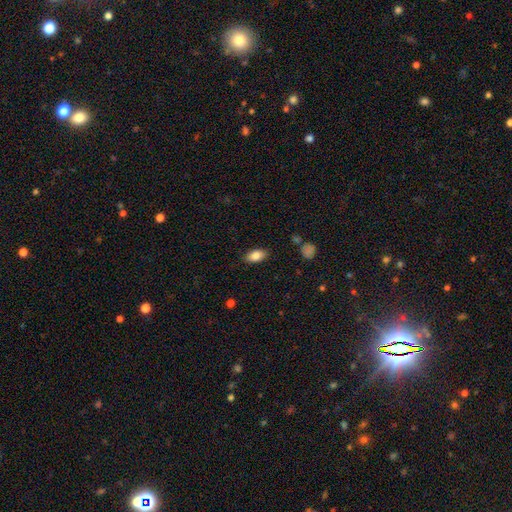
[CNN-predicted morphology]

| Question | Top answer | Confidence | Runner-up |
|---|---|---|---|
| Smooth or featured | smooth | 85% | star or artifact (8%) |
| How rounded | in between | 91% | round (5%) |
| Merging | none | 85% | minor disturbance (11%) |